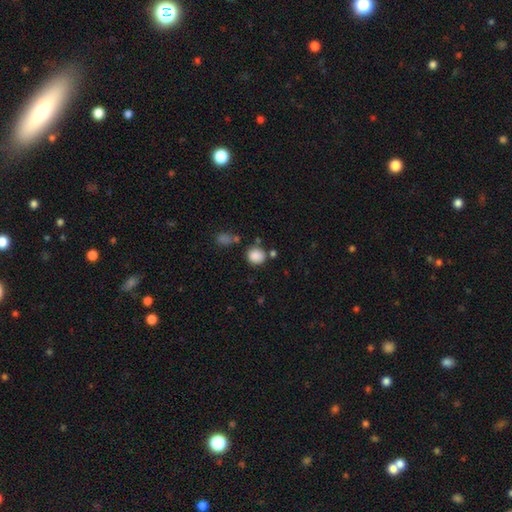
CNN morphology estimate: smooth_or_featured: smooth (p=0.86) [alt: star or artifact p=0.10]
how_rounded: round (p=0.82) [alt: in between p=0.17]
merging: none (p=0.74) [alt: minor disturbance p=0.12]